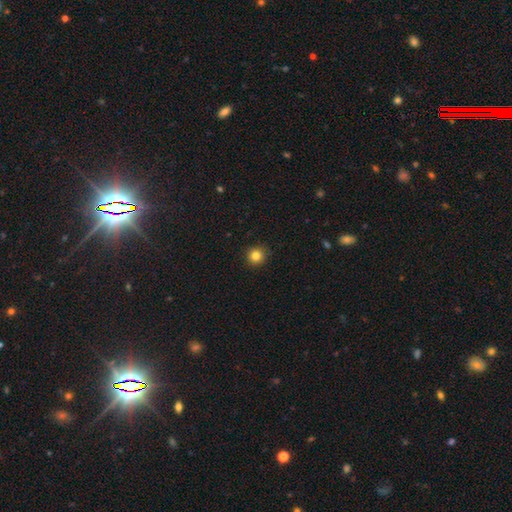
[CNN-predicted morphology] smooth-or-featured: smooth: 83% | star or artifact: 12% | featured or disk: 5%
  how-rounded: round: 94% | in between: 6% | cigar-shaped: 1%
  merging: none: 91% | minor disturbance: 7% | major disturbance: 2% | merger: 1%